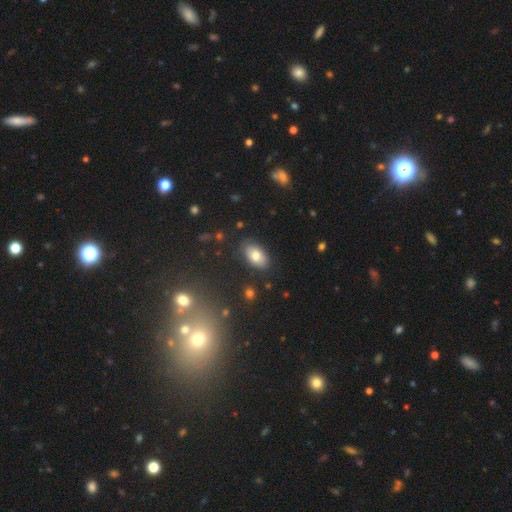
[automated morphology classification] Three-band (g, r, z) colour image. It shows a smooth galaxy with no disk features (76%) that is in between round and cigar-shaped (93%). Merging: none (84%).